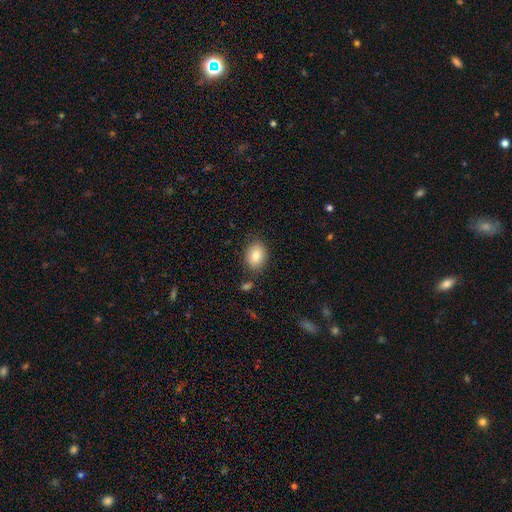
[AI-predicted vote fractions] A smooth galaxy with no disk features (83%) that is in between round and cigar-shaped (76%).

Vote fractions:
- Smooth or featured? smooth: 83% / featured or disk: 9% / star or artifact: 8%
- How rounded? in between: 76% / round: 23% / cigar-shaped: 1%
- Merging? none: 81% / minor disturbance: 12% / merger: 4% / major disturbance: 3%